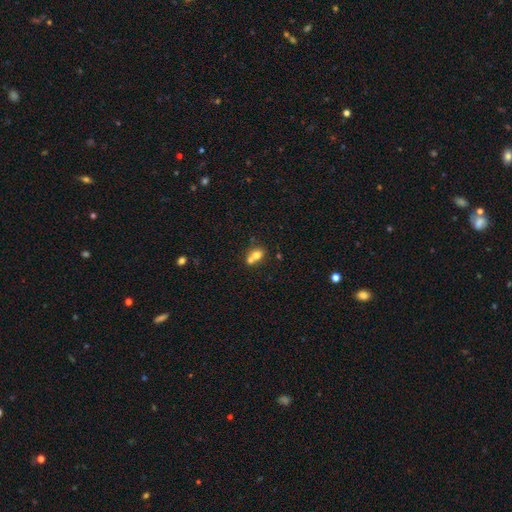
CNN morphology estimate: Overall: smooth (73%). How rounded: in between (53%; round 46%). Merging: merger (56%; none 32%).